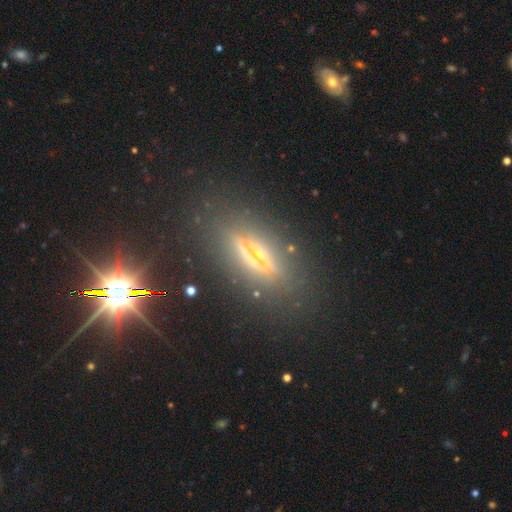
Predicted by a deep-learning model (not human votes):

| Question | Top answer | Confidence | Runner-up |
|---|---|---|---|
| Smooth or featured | featured or disk | 70% | smooth (19%) |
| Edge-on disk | yes | 84% | no (16%) |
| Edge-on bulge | rounded | 82% | none (10%) |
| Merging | none | 75% | minor disturbance (15%) |